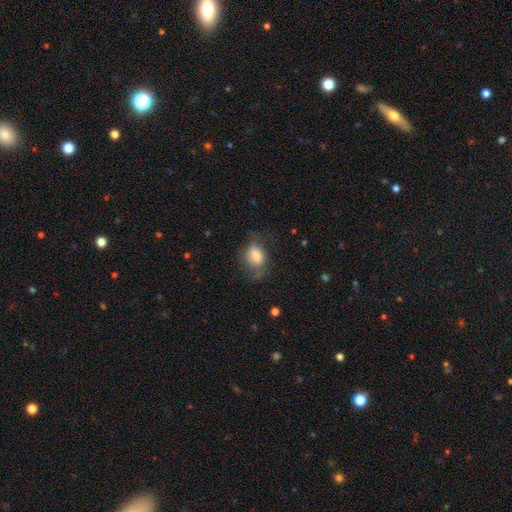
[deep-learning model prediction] A smooth galaxy with no disk features (74%) that is in between round and cigar-shaped (74%).

Vote fractions:
- Smooth or featured? smooth: 74% / featured or disk: 18% / star or artifact: 8%
- How rounded? in between: 74% / round: 24% / cigar-shaped: 2%
- Merging? none: 52% / minor disturbance: 28% / major disturbance: 18% / merger: 2%